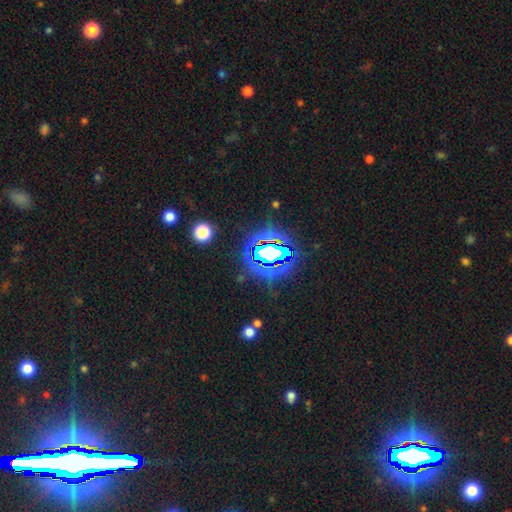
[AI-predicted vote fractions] smooth-or-featured: star or artifact: 77% | smooth: 14% | featured or disk: 10%